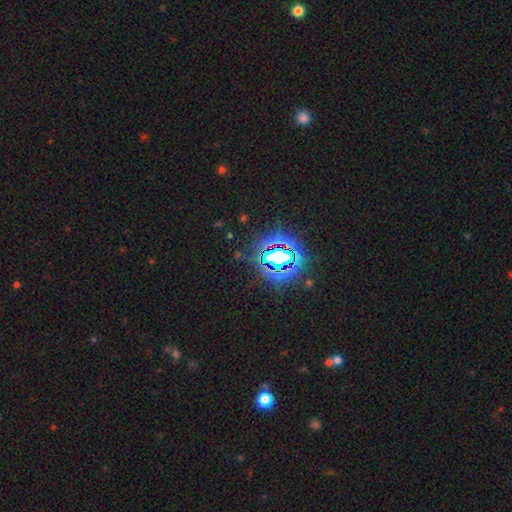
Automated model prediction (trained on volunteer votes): Morphology: type=star or artifact (77%).